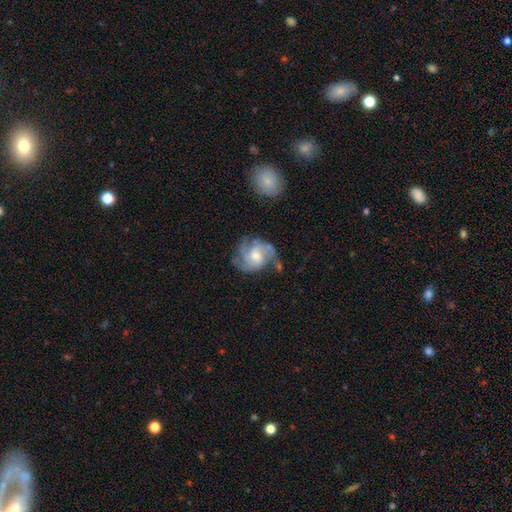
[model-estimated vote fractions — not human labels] This is clearly a featured or disk galaxy (82%). It is clearly not viewed edge-on (98%). Bar: likely no (65%). Spiral arm pattern: clearly yes (95%). Spiral arm count: marginally 3 (38%). Spiral winding: marginally medium (45%). Central bulge: possibly moderate (51%). Merging: possibly none (59%).